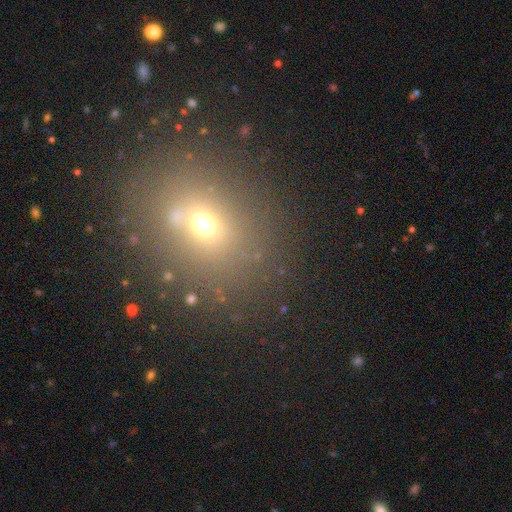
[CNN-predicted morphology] A smooth galaxy with no disk features (54%) that is round (55%).

Vote fractions:
- Smooth or featured? smooth: 54% / star or artifact: 32% / featured or disk: 15%
- How rounded? round: 55% / in between: 43% / cigar-shaped: 2%
- Merging? none: 74% / merger: 11% / minor disturbance: 10% / major disturbance: 5%